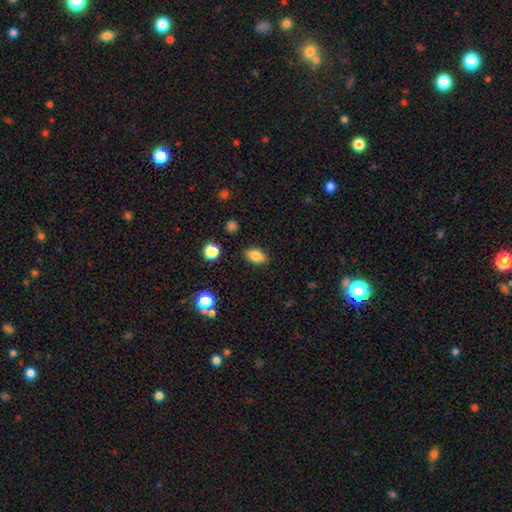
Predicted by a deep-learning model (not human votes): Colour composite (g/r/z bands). It shows a smooth galaxy with no disk features (81%) that is in between round and cigar-shaped (85%). Merging: none (86%).